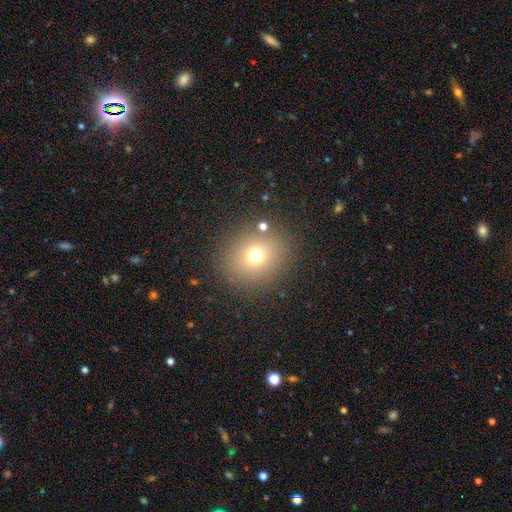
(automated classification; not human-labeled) Smooth or featured? smooth (70%)
How rounded? round (78%)
Merging? none (84%)